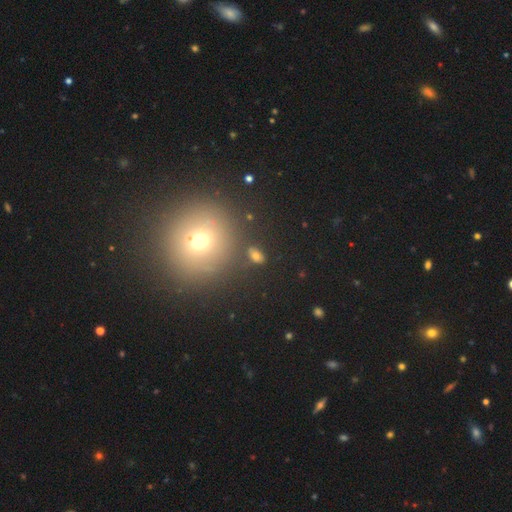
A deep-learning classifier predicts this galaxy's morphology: This is likely a smooth galaxy (70%). How rounded: likely in between (79%). Merging: likely none (79%).